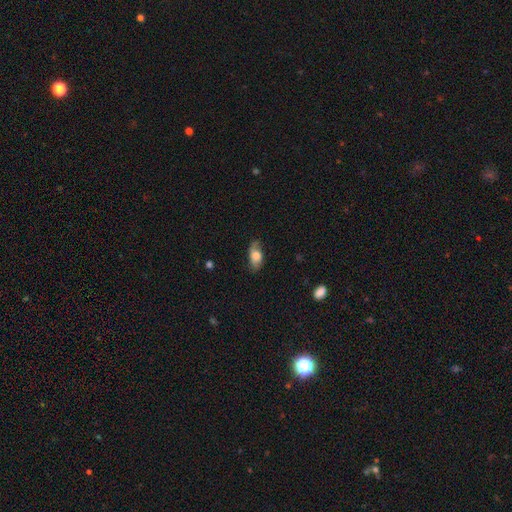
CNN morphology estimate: type=smooth (59%); roundness=in between (88%); merging=none (65%).